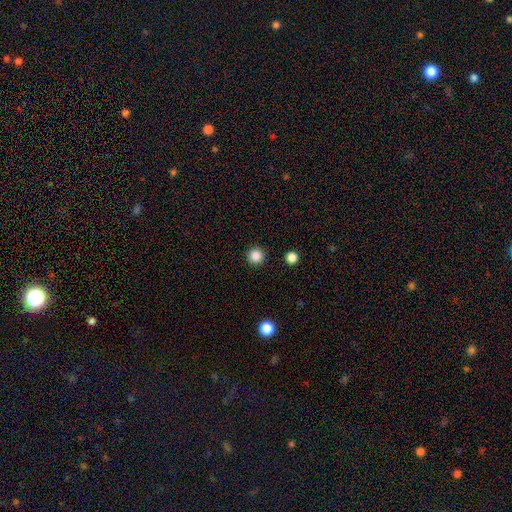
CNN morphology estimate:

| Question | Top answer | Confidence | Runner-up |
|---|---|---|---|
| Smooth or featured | smooth | 86% | star or artifact (11%) |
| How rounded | round | 96% | in between (3%) |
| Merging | none | 93% | minor disturbance (4%) |